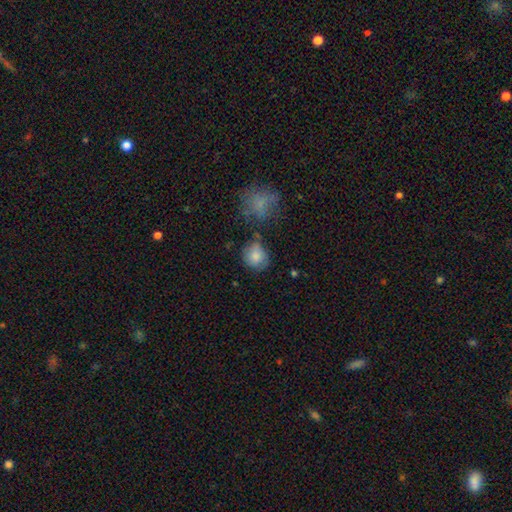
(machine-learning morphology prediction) Smooth or featured? smooth (80%)
How rounded? round (74%)
Merging? none (58%)